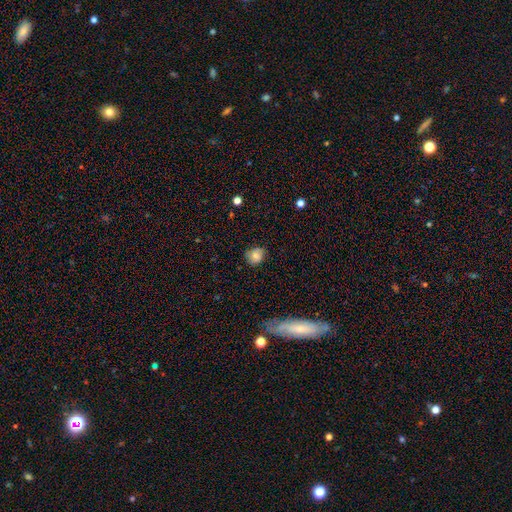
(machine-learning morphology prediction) A smooth galaxy with no disk features (73%) that is round (68%). Merging: none (72%).